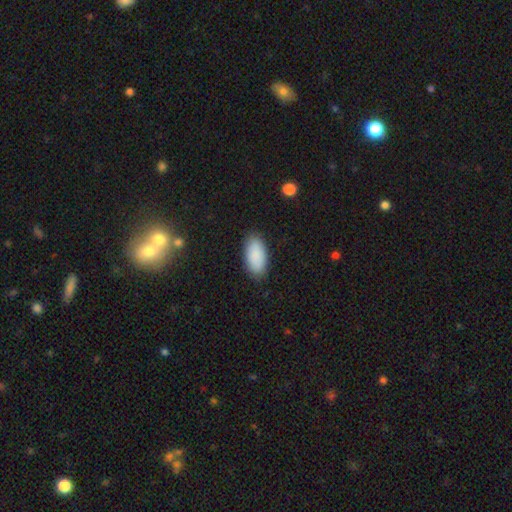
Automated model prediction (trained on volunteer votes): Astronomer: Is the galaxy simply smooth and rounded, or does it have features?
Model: smooth — 89%.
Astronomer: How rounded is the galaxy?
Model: in between — 93%.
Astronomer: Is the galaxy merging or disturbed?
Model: none — 86%.